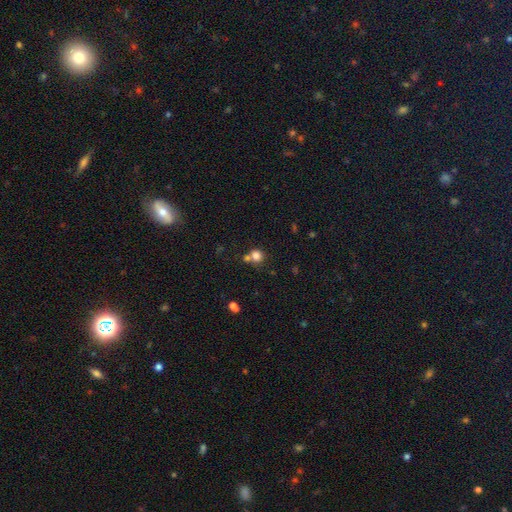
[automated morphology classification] Smooth or featured? Predicted: smooth (p=0.80). How rounded? Predicted: round (p=0.86). Merging? Predicted: none (p=0.55).